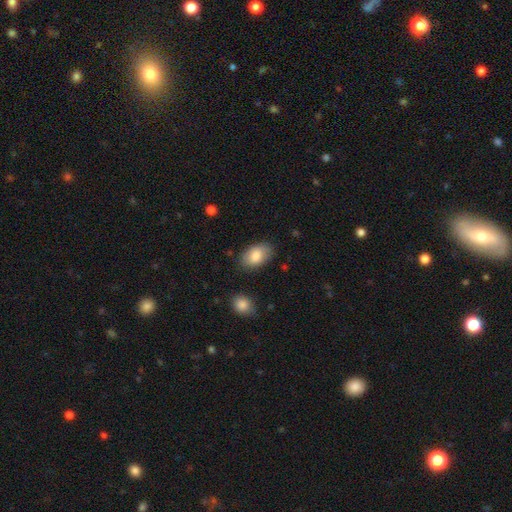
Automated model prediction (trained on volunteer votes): Overall: smooth (84%). How rounded: in between (91%). Merging: none (80%).